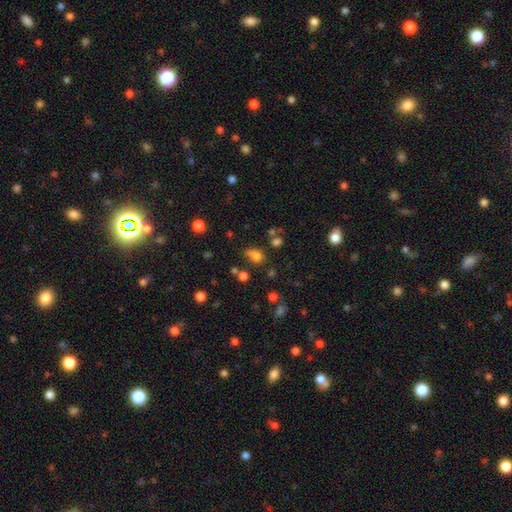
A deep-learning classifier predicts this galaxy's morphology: This appears to be a smooth galaxy with no disk features (73%) that is in between round and cigar-shaped (53%). Merging: none (49%).